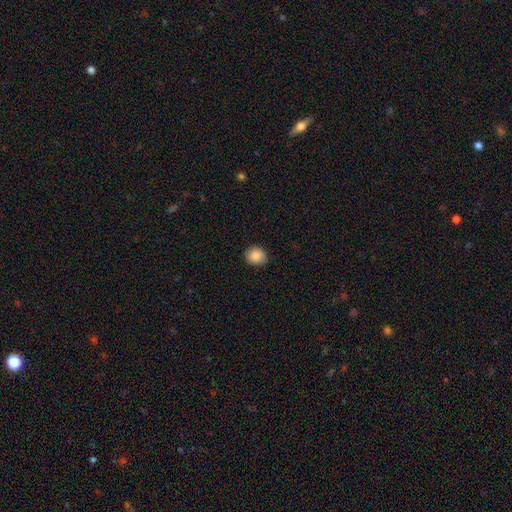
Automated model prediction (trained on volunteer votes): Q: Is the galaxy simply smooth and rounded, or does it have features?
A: smooth — 88%.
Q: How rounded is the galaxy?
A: round — 79%.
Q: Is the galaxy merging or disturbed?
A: none — 86%.